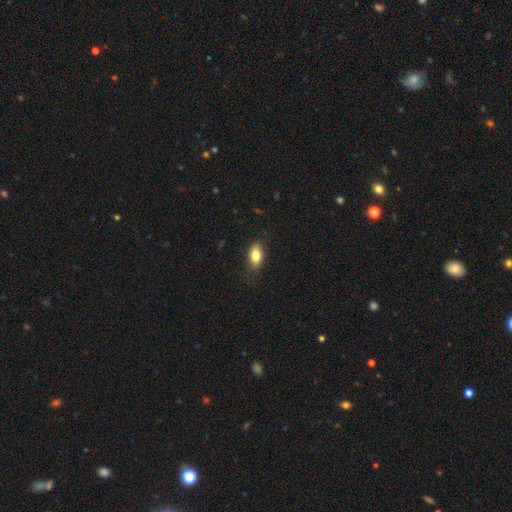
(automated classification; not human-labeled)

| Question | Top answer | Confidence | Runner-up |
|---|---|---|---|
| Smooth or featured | smooth | 80% | featured or disk (12%) |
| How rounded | in between | 87% | cigar-shaped (7%) |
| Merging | none | 83% | minor disturbance (13%) |